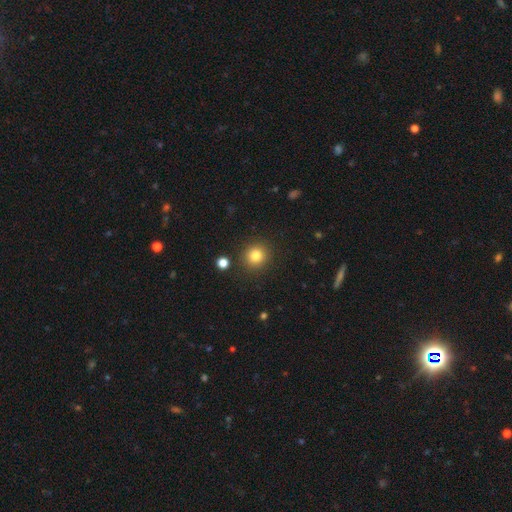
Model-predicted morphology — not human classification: smooth 82%, star or artifact 12%, featured or disk 6%. Down the decision tree: how rounded — round (89%); merging — none (89%).